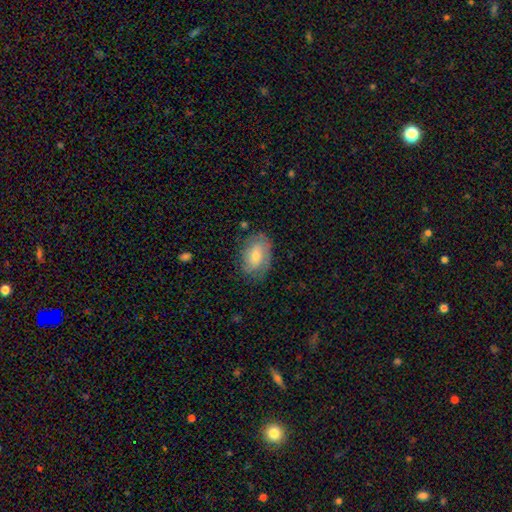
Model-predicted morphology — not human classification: Smooth or featured? smooth (50%)
How rounded? in between (85%)
Merging? none (72%)